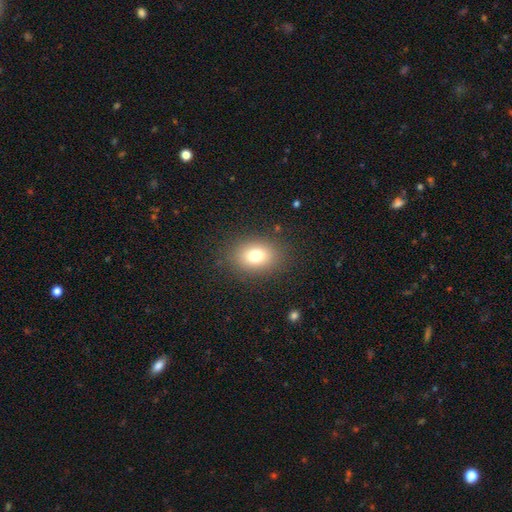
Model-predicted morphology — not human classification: Smooth or featured?
  - smooth: 76% *
  - star or artifact: 13%
  - featured or disk: 11%
How rounded?
  - in between: 61% *
  - round: 38%
  - cigar-shaped: 1%
Merging?
  - none: 86% *
  - minor disturbance: 9%
  - major disturbance: 4%
  - merger: 1%